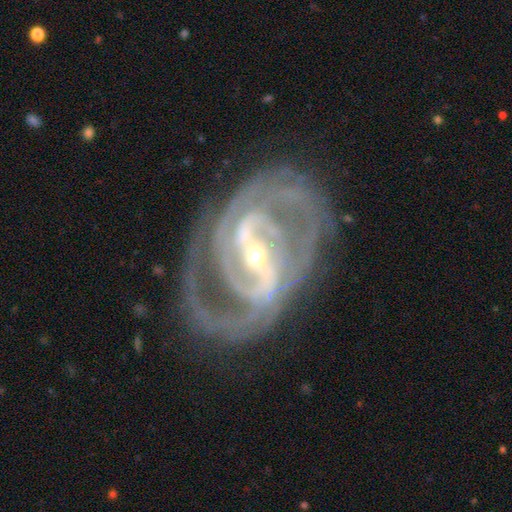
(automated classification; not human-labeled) Morphology: type=featured or disk (92%); edge-on=no (97%); bar=strong (70%); spiral arms=yes (97%); winding=tight (49%); arm count=2 (51%); bulge=small (67%); merging=none (70%).